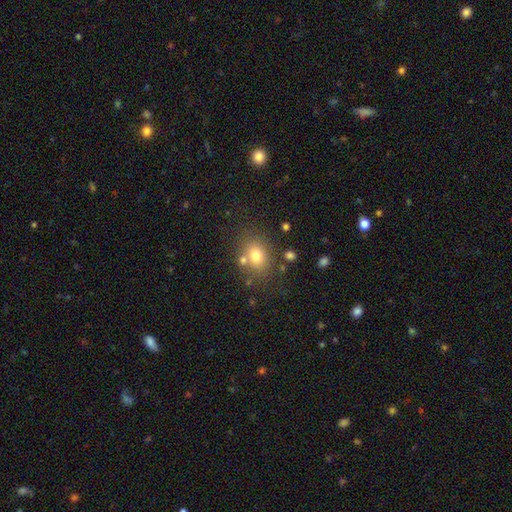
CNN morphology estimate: Smooth or featured: smooth — 75% (star or artifact — 13%)
How rounded: in between — 53% (round — 46%)
Merging: none — 69% (minor disturbance — 13%)